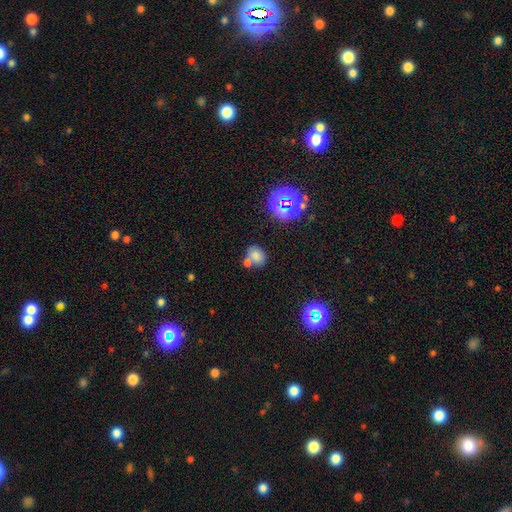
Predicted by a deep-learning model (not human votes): Smooth or featured?
  - smooth: 71% *
  - star or artifact: 18%
  - featured or disk: 11%
How rounded?
  - in between: 55% *
  - round: 43%
  - cigar-shaped: 1%
Merging?
  - none: 50% *
  - merger: 34%
  - minor disturbance: 12%
  - major disturbance: 5%